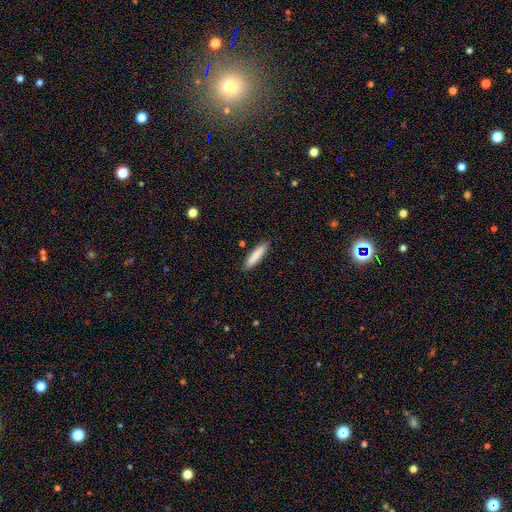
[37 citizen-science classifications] smooth_or_featured: smooth (p=0.89) [alt: featured or disk p=0.08]
how_rounded: cigar-shaped (p=0.88) [alt: in between p=0.12]
merging: none (p=0.83) [alt: minor disturbance p=0.14]